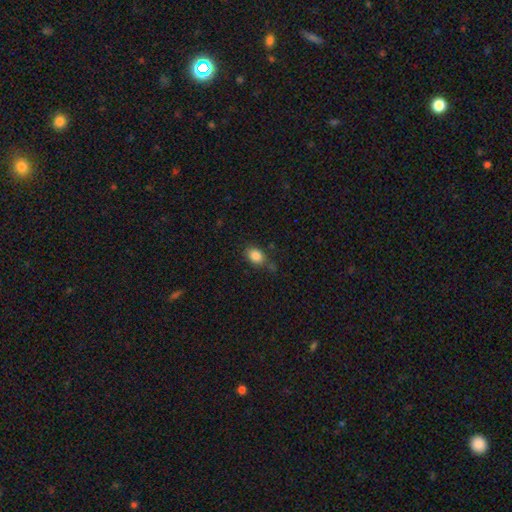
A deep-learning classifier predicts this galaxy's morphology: A smooth galaxy with no disk features (86%) that is in between round and cigar-shaped (71%). Merging: none (67%).